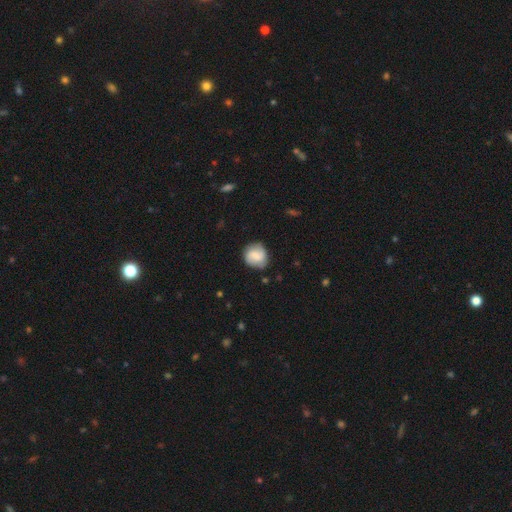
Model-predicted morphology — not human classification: Smooth or featured?
  - smooth: 60% *
  - featured or disk: 32%
  - star or artifact: 8%
How rounded?
  - round: 84% *
  - in between: 15%
  - cigar-shaped: 1%
Merging?
  - none: 79% *
  - minor disturbance: 15%
  - major disturbance: 4%
  - merger: 2%